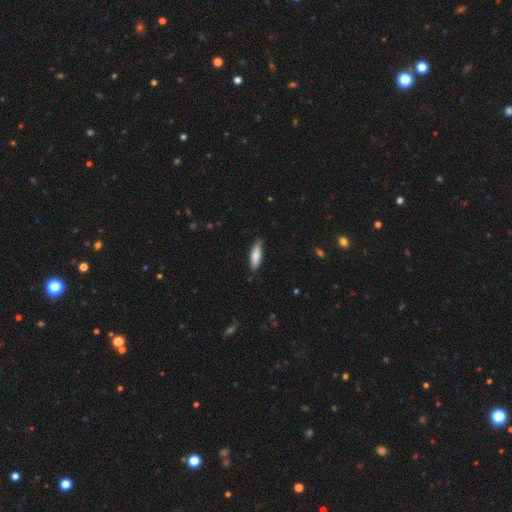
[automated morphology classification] Q: Smooth or featured?
A: smooth (80%); runner-up: featured or disk (14%)
Q: How rounded?
A: cigar-shaped (51%); runner-up: in between (48%)
Q: Merging?
A: none (81%); runner-up: minor disturbance (15%)